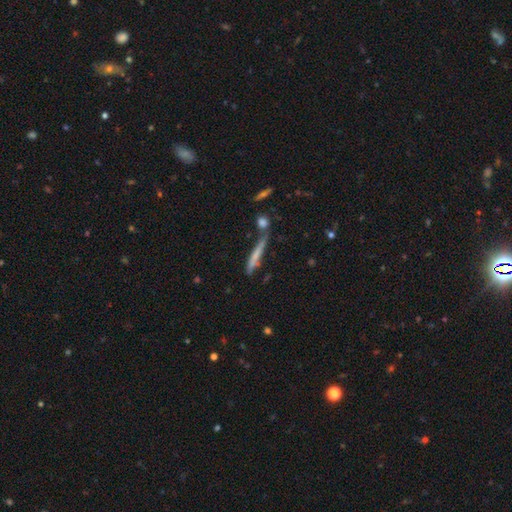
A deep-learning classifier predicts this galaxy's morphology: Overall: smooth (52%; featured or disk 40%). How rounded: cigar-shaped (92%). Merging: none (53%; minor disturbance 20%).